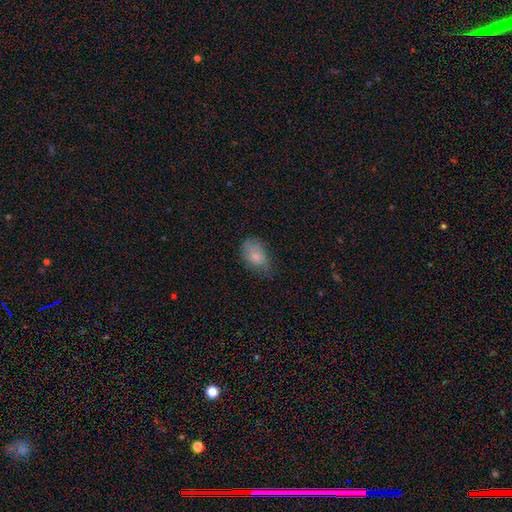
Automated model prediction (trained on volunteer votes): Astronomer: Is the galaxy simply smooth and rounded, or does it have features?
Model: smooth — 65%.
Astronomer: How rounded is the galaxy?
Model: in between — 85%.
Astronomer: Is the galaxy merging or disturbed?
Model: none — 56% (runner-up: minor disturbance, 32%).